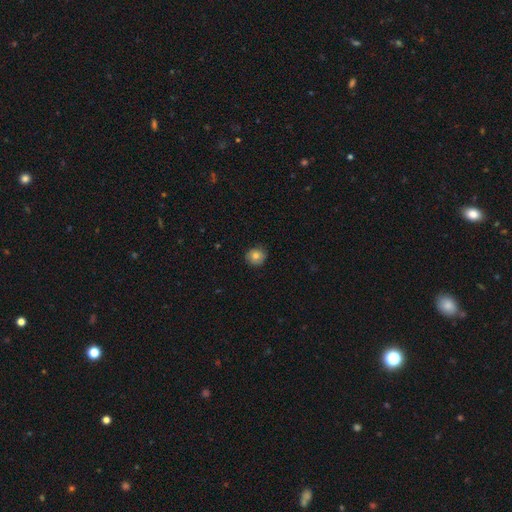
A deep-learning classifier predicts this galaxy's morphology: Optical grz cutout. It shows a smooth galaxy with no disk features (75%) that is round (88%). Merging: none (83%).